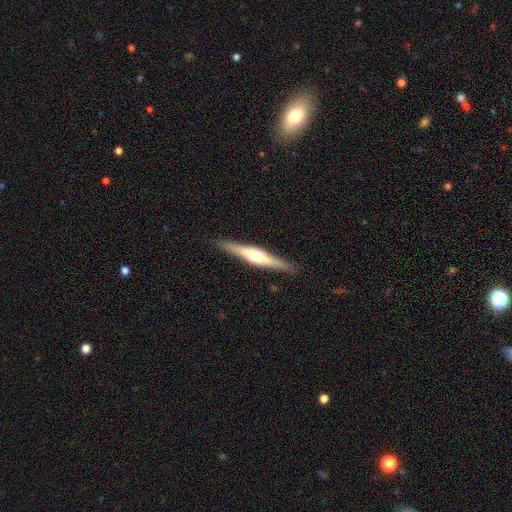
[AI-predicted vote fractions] A featured or disk galaxy (68%) viewed edge-on (97%) with a rounded central bulge (88%).

Vote fractions:
- Smooth or featured? featured or disk: 68% / smooth: 27% / star or artifact: 5%
- Edge-on disk? yes: 97% / no: 3%
- Edge-on bulge? rounded: 88% / boxy: 7% / none: 4%
- Merging? none: 90% / minor disturbance: 8% / major disturbance: 2% / merger: 1%